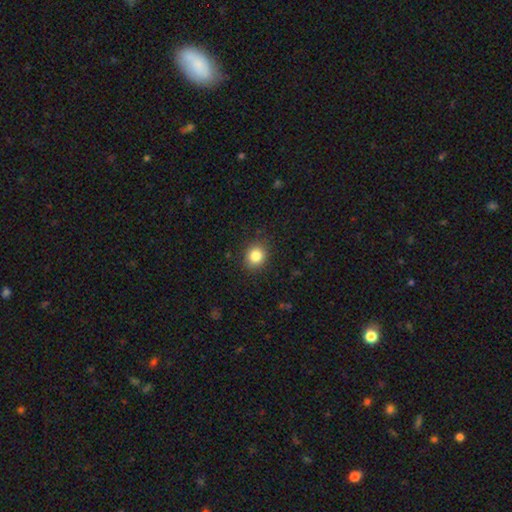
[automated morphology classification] This is clearly a smooth galaxy (84%). How rounded: likely round (70%). Merging: clearly none (88%).